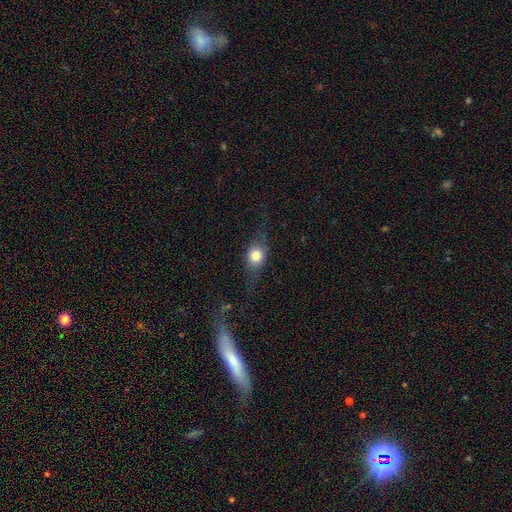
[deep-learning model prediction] The model was most divided on "how rounded": round: 54%, in between: 39%, cigar-shaped: 7%. More confident: merging — none (68%); smooth or featured — smooth (58%).